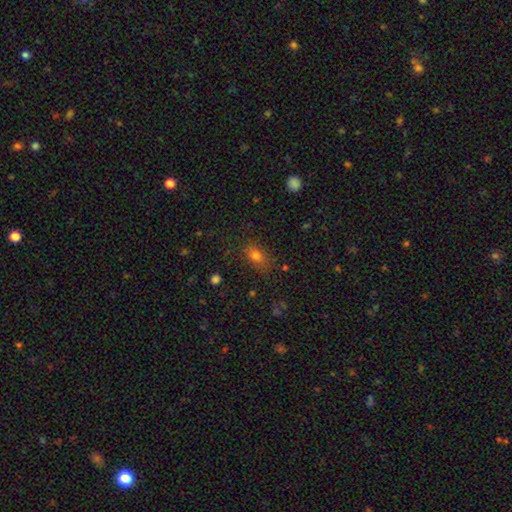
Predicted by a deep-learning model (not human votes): Smooth or featured: smooth — 76% (star or artifact — 14%)
How rounded: in between — 77% (round — 19%)
Merging: none — 75% (minor disturbance — 17%)